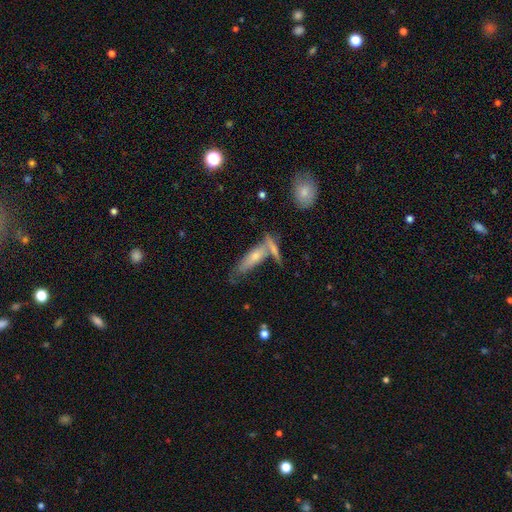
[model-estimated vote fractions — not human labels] Smooth or featured? smooth (50%)
Merging? none (47%)